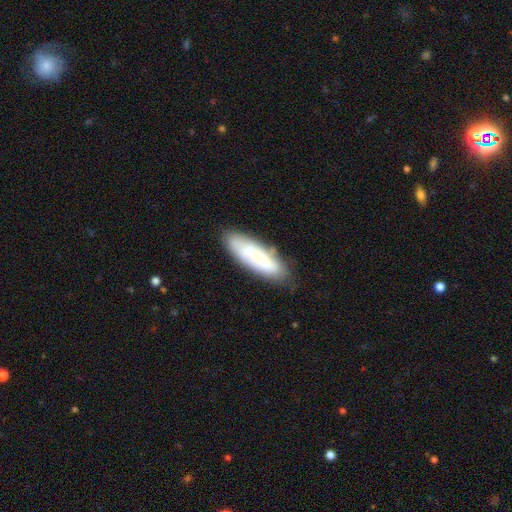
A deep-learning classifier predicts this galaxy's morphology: Q: Smooth or featured?
A: smooth (60%); runner-up: featured or disk (32%)
Q: How rounded?
A: in between (50%); runner-up: cigar-shaped (48%)
Q: Merging?
A: none (77%); runner-up: minor disturbance (16%)